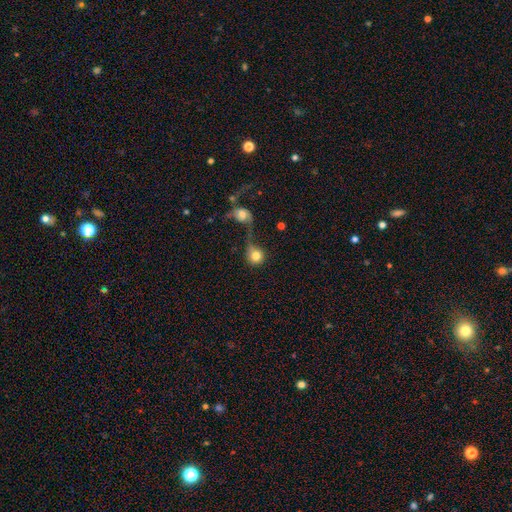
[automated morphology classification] type=smooth (78%); roundness=round (88%); merging=merger (43%).